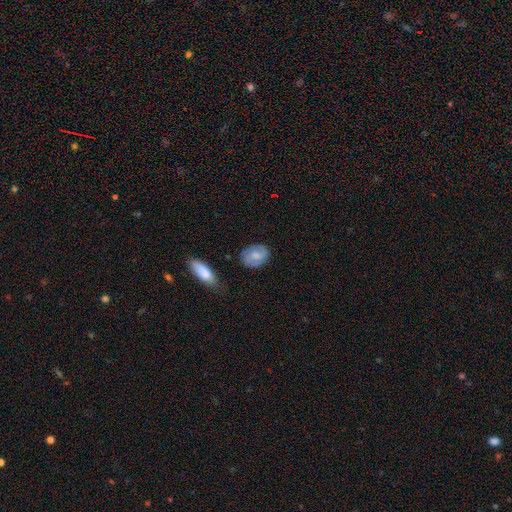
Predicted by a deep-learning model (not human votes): smooth 65%, featured or disk 28%, star or artifact 7%. Down the decision tree: how rounded — in between (72%); merging — none (72%).